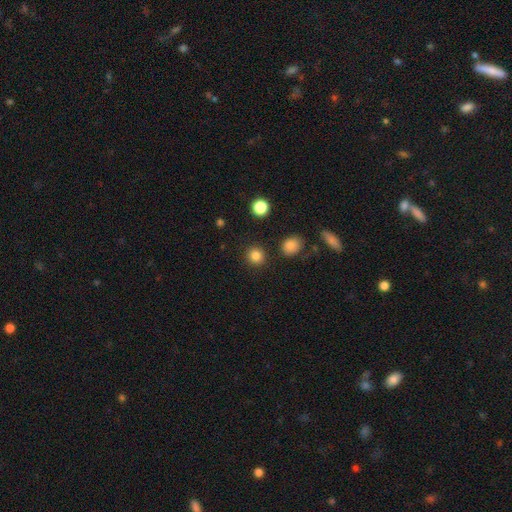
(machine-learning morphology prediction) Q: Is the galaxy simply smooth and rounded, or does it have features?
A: smooth — 84%.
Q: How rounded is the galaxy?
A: round — 91%.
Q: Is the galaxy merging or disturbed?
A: none — 90%.